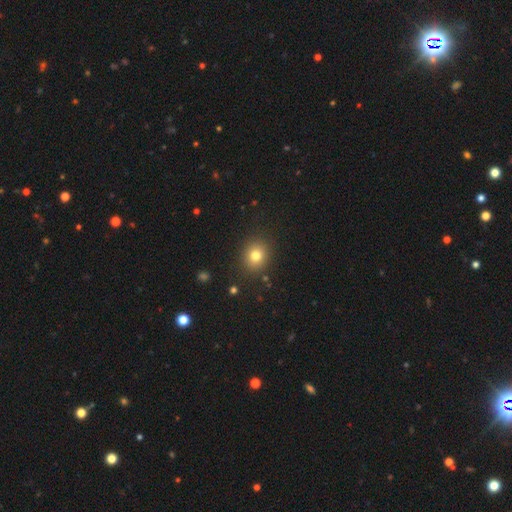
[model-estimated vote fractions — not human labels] Q: Smooth or featured?
A: smooth (78%); runner-up: star or artifact (13%)
Q: How rounded?
A: round (74%); runner-up: in between (25%)
Q: Merging?
A: none (88%); runner-up: minor disturbance (8%)